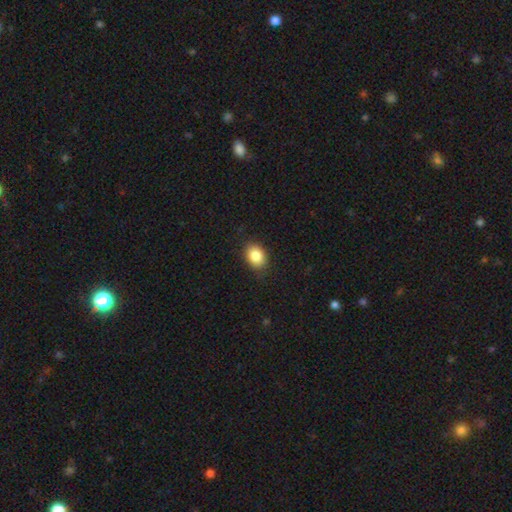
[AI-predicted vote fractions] This appears to be a smooth galaxy with no disk features (85%) that is in between round and cigar-shaped (68%). Merging: none (86%).